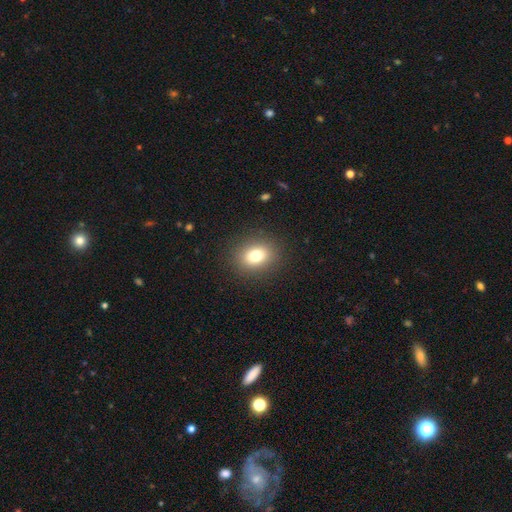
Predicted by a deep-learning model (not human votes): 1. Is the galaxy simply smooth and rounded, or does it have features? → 78% smooth, 12% star or artifact, 10% featured or disk.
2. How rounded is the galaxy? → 52% round, 47% in between, 1% cigar-shaped.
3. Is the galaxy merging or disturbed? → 89% none, 7% minor disturbance, 3% major disturbance, 1% merger.